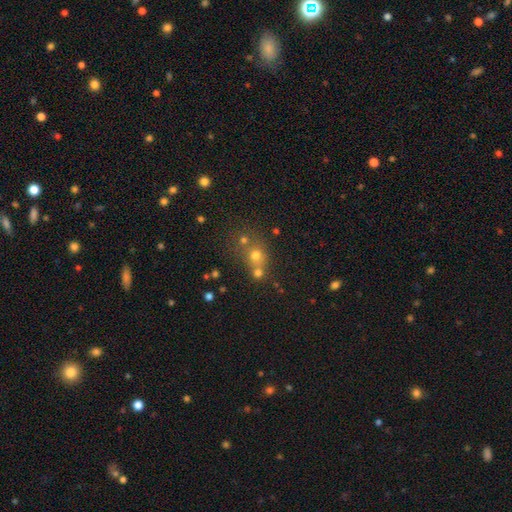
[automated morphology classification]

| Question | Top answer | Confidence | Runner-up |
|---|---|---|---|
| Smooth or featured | smooth | 63% | star or artifact (23%) |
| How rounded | round | 82% | in between (16%) |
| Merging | none | 47% | merger (41%) |